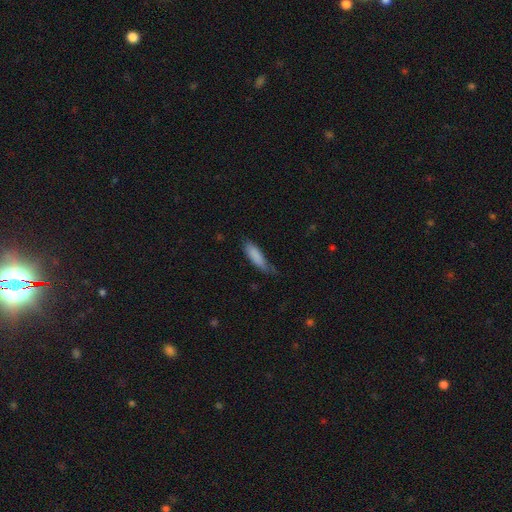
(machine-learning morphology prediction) Smooth or featured: smooth — 85% (featured or disk — 8%)
How rounded: cigar-shaped — 51% (in between — 48%)
Merging: none — 52% (minor disturbance — 35%)